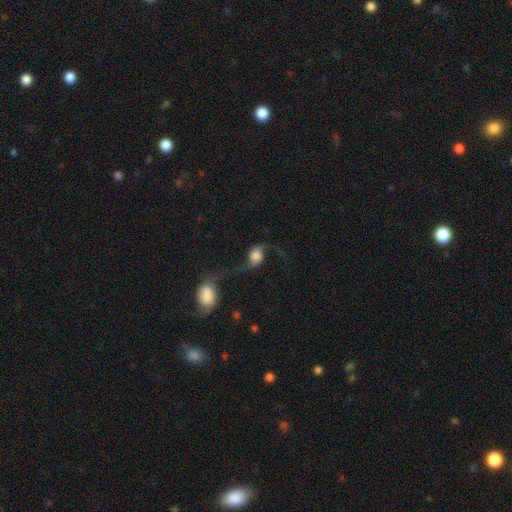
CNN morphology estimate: Smooth or featured?
  - featured or disk: 69% *
  - smooth: 23%
  - star or artifact: 8%
Edge-on disk?
  - no: 94% *
  - yes: 6%
Bar?
  - no: 64% *
  - weak: 27%
  - strong: 9%
Spiral arms?
  - yes: 91% *
  - no: 9%
Spiral winding?
  - loose: 92% *
  - medium: 6%
  - tight: 2%
Spiral arm count?
  - 2: 90% *
  - 1: 6%
  - can't tell: 2%
  - 3: 1%
  - 4: 1%
  - more than 4: 1%
Bulge size?
  - large: 41% *
  - dominant: 24%
  - moderate: 17%
  - none: 10%
  - small: 9%
Merging?
  - none: 33% *
  - merger: 31%
  - major disturbance: 23%
  - minor disturbance: 13%